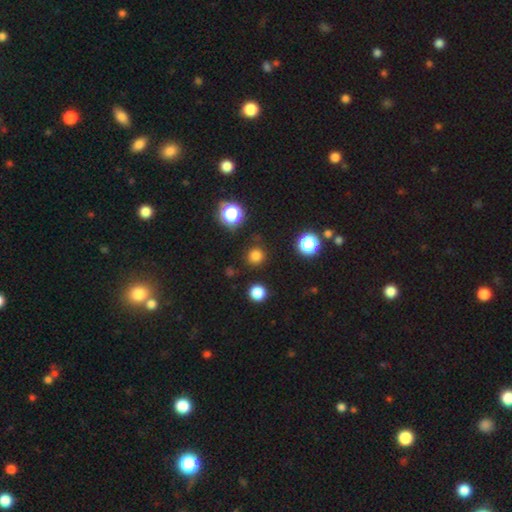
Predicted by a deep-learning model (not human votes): Smooth or featured?
  - smooth: 77% *
  - star or artifact: 19%
  - featured or disk: 4%
How rounded?
  - round: 93% *
  - in between: 6%
  - cigar-shaped: 1%
Merging?
  - none: 88% *
  - minor disturbance: 7%
  - major disturbance: 3%
  - merger: 2%